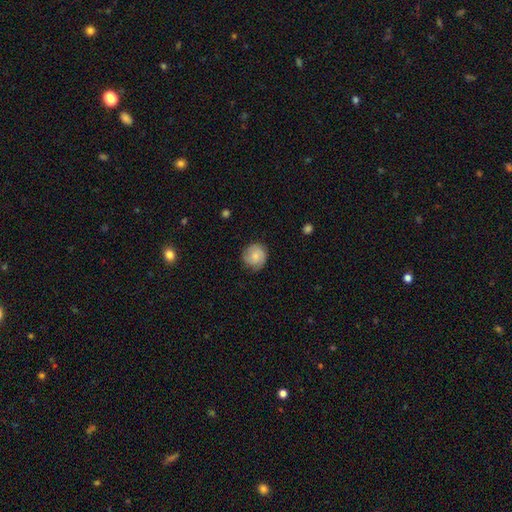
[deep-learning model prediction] Smooth or featured?
  - smooth: 69% *
  - featured or disk: 24%
  - star or artifact: 7%
How rounded?
  - round: 90% *
  - in between: 9%
  - cigar-shaped: 1%
Merging?
  - none: 79% *
  - minor disturbance: 16%
  - major disturbance: 4%
  - merger: 1%